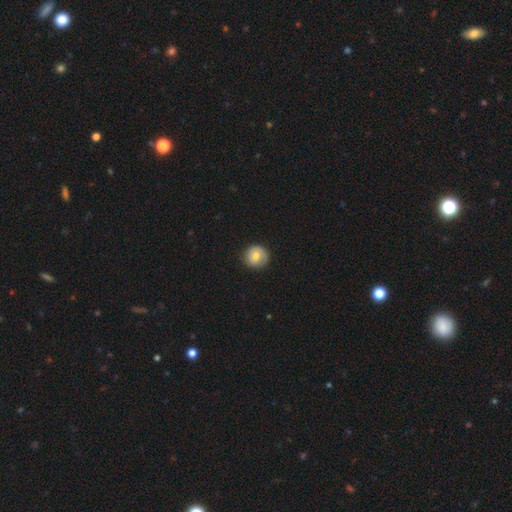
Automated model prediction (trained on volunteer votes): A smooth galaxy with no disk features (64%) that is round (91%). Merging: none (83%).